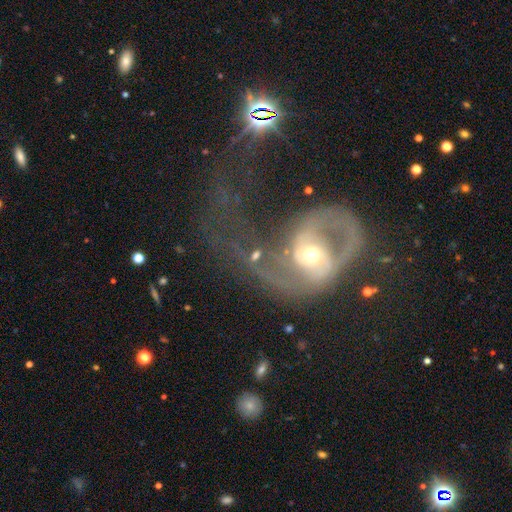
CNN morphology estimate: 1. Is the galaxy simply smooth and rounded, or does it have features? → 73% featured or disk, 14% smooth, 13% star or artifact.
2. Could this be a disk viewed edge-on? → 96% no, 4% yes.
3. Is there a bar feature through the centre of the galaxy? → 53% no, 33% weak, 14% strong.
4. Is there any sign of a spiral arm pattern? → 86% yes, 14% no.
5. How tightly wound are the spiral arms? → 46% loose, 38% medium, 16% tight.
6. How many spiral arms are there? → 76% 2, 8% can't tell, 6% 1, 4% 3, 3% 4, 3% more than 4.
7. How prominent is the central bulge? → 51% moderate, 42% small, 4% large, 2% none, 2% dominant.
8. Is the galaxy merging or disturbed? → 42% none, 28% major disturbance, 16% minor disturbance, 14% merger.